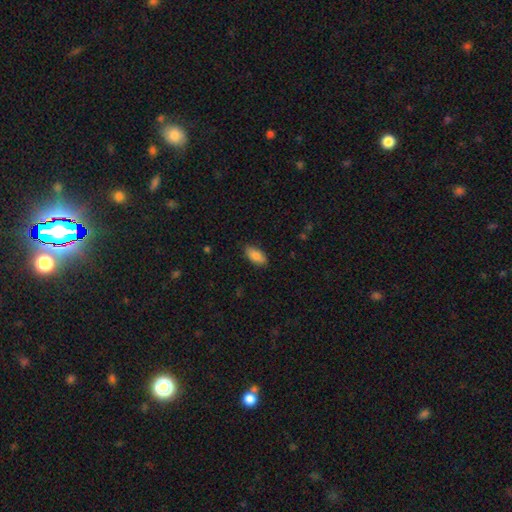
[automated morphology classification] The model was most divided on "merging": none: 86%, minor disturbance: 11%, major disturbance: 2%, merger: 1%. More confident: how rounded — in between (91%); smooth or featured — smooth (87%).